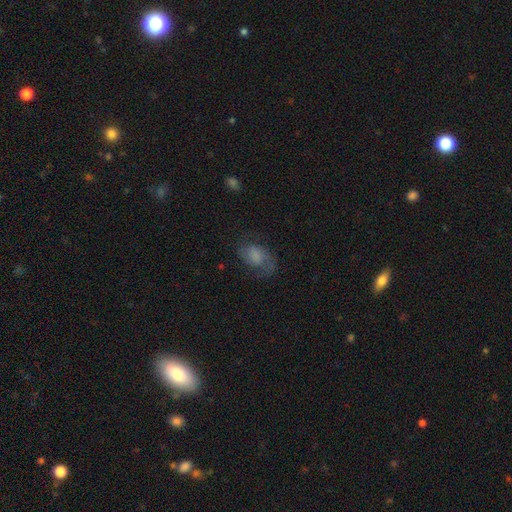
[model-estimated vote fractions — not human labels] The model was most divided on "smooth or featured": featured or disk: 52%, smooth: 37%, star or artifact: 11%. Remaining: edge-on disk — no (97%); spiral arms — yes (86%); bar — no (60%); merging — none (58%); bulge size — none (43%).